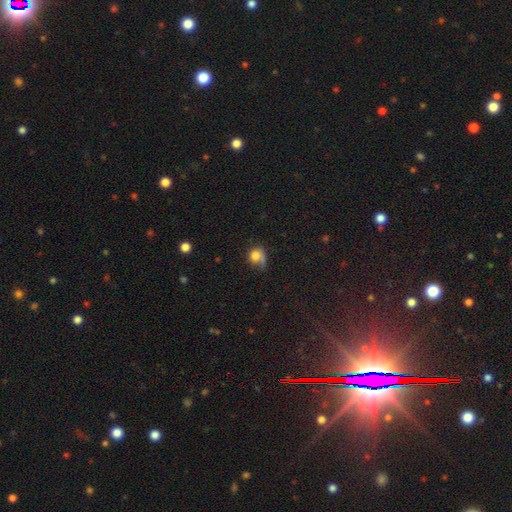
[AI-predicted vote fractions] A smooth galaxy with no disk features (70%) that is round (66%). Merging: none (37%).